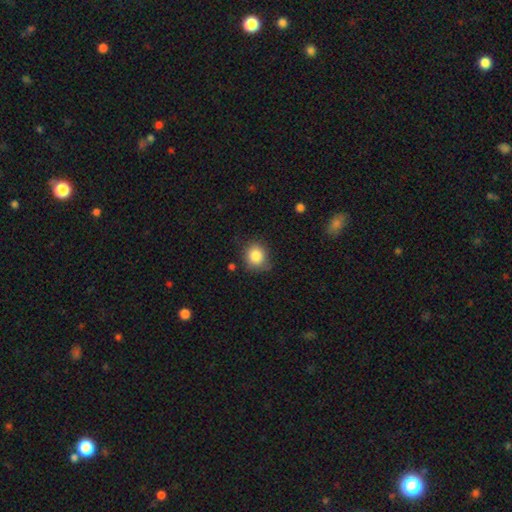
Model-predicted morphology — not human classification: Smooth or featured? smooth (85%)
How rounded? round (78%)
Merging? none (76%)